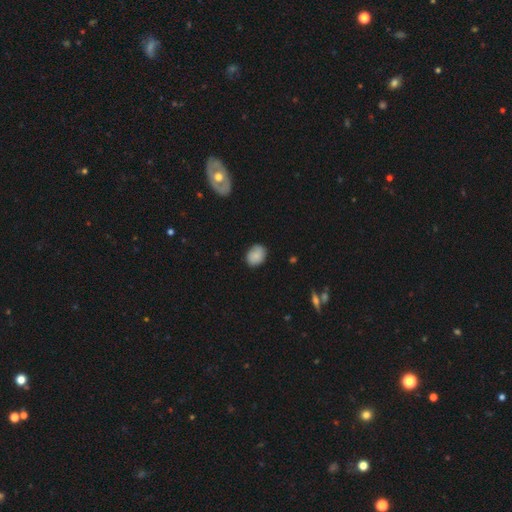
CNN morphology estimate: Smooth or featured: smooth — 83% (featured or disk — 10%)
How rounded: in between — 57% (round — 42%)
Merging: none — 81% (minor disturbance — 15%)